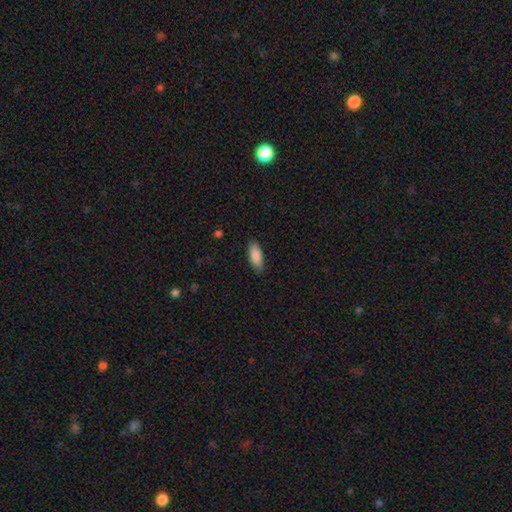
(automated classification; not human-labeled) Morphology: type=smooth (88%); roundness=in between (74%); merging=none (87%).